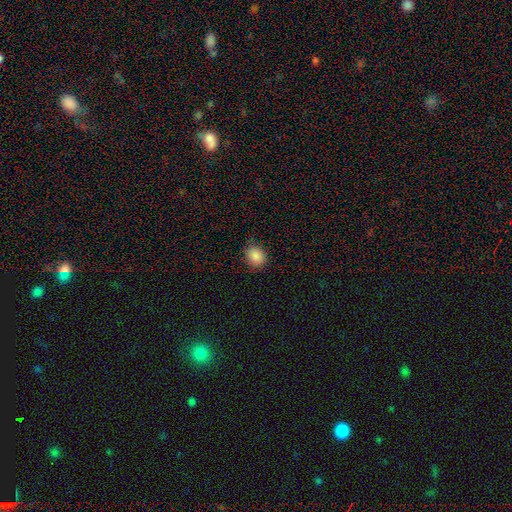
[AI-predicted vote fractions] Smooth or featured? Predicted: smooth (p=0.86). How rounded? Predicted: round (p=0.64). Merging? Predicted: none (p=0.81).